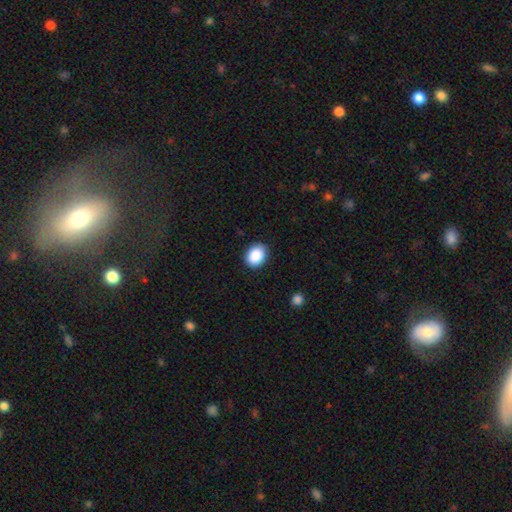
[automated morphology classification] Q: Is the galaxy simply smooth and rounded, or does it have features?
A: smooth — 89%.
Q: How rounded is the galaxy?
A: in between — 61%.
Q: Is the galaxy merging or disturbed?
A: none — 89%.